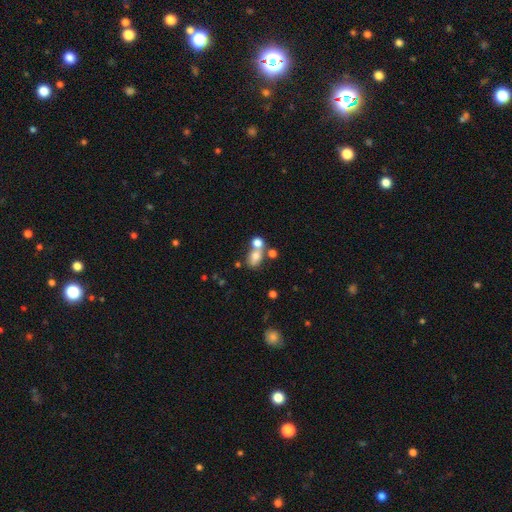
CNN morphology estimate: smooth_or_featured: smooth (p=0.69) [alt: featured or disk p=0.17]
how_rounded: in between (p=0.63) [alt: round p=0.34]
merging: merger (p=0.49) [alt: none p=0.33]